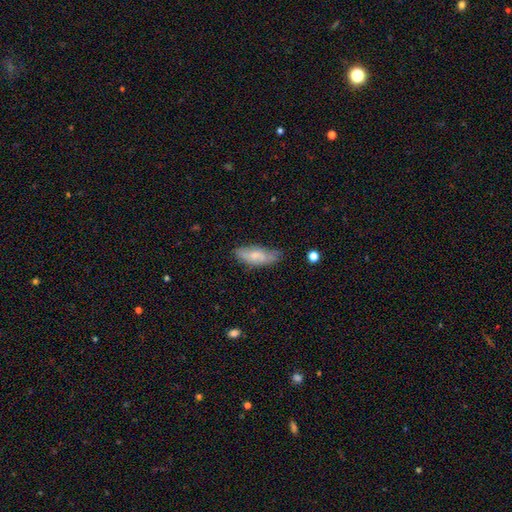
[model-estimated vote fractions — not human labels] smooth 64%, featured or disk 29%, star or artifact 7%. Down the decision tree: how rounded — in between (71%); merging — none (54%).